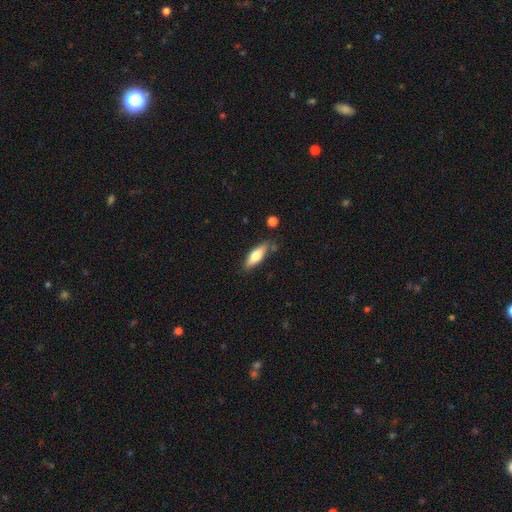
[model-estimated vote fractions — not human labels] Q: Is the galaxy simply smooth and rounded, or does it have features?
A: smooth — 69%.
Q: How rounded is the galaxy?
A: in between — 57%.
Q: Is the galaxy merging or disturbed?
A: none — 77%.